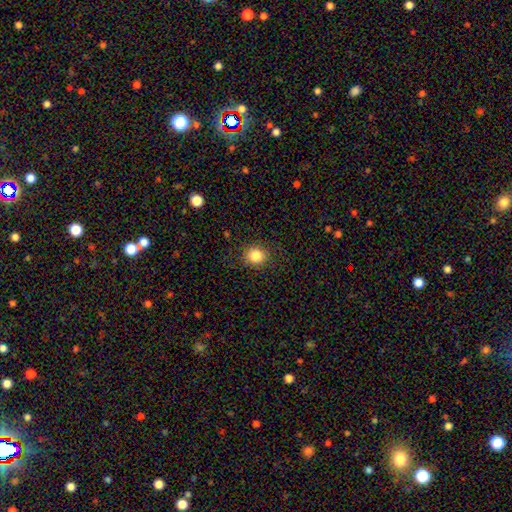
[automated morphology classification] smooth-or-featured: smooth: 84% | star or artifact: 11% | featured or disk: 5%
  how-rounded: round: 82% | in between: 17% | cigar-shaped: 1%
  merging: none: 88% | minor disturbance: 8% | major disturbance: 3% | merger: 1%